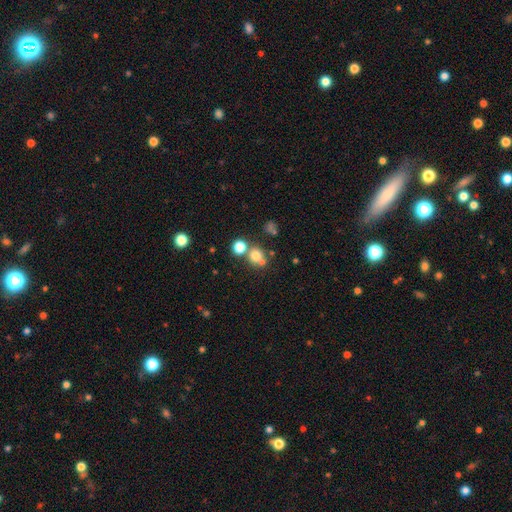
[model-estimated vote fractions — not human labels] A smooth galaxy with no disk features (71%) that is round (85%).

Vote fractions:
- Smooth or featured? smooth: 71% / star or artifact: 18% / featured or disk: 11%
- How rounded? round: 85% / in between: 14% / cigar-shaped: 1%
- Merging? none: 57% / merger: 30% / minor disturbance: 8% / major disturbance: 4%